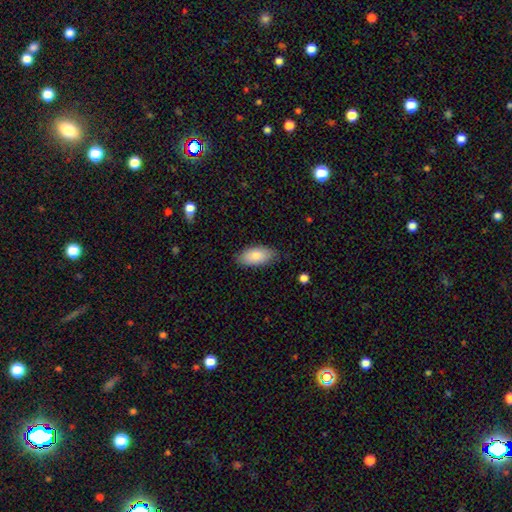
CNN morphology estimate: smooth_or_featured: smooth (p=0.81) [alt: featured or disk p=0.13]
how_rounded: in between (p=0.91) [alt: cigar-shaped p=0.06]
merging: none (p=0.82) [alt: minor disturbance p=0.14]